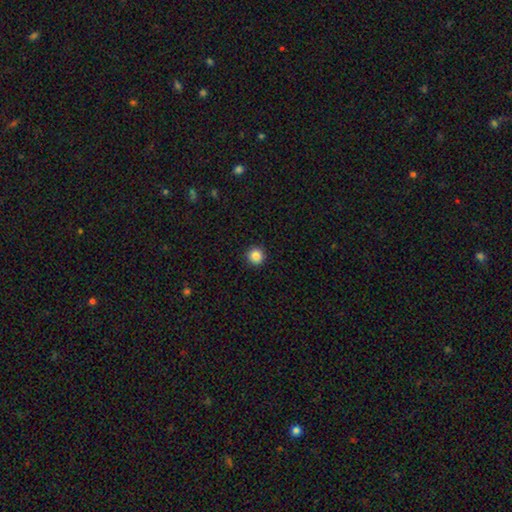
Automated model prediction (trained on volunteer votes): Overall: smooth (86%). How rounded: round (95%). Merging: none (93%).